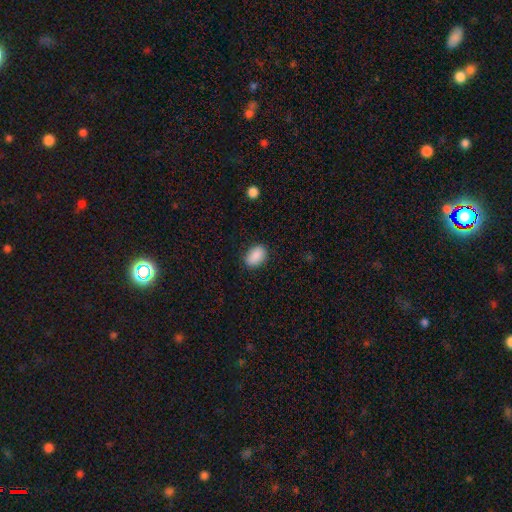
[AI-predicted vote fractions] Smooth or featured?
  - smooth: 89% *
  - star or artifact: 8%
  - featured or disk: 3%
How rounded?
  - in between: 84% *
  - round: 14%
  - cigar-shaped: 1%
Merging?
  - none: 84% *
  - minor disturbance: 12%
  - major disturbance: 3%
  - merger: 1%